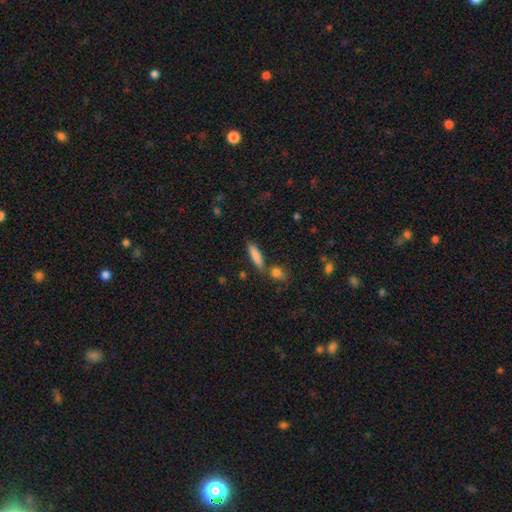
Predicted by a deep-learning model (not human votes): Q: Smooth or featured?
A: smooth (83%); runner-up: featured or disk (10%)
Q: How rounded?
A: cigar-shaped (70%); runner-up: in between (27%)
Q: Merging?
A: none (74%); runner-up: merger (12%)